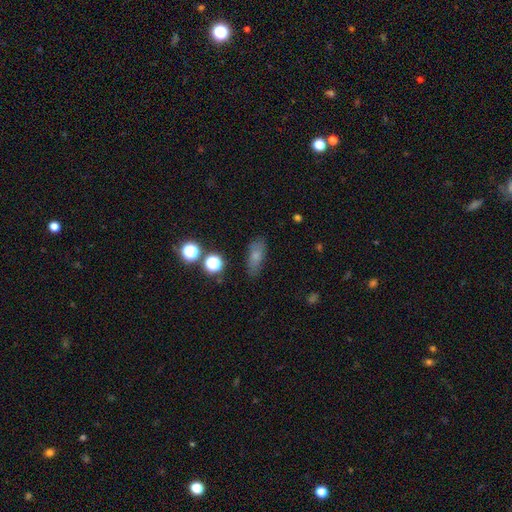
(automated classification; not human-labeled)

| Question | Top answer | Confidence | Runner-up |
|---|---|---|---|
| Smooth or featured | smooth | 70% | featured or disk (17%) |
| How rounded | in between | 73% | cigar-shaped (18%) |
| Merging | none | 77% | minor disturbance (16%) |